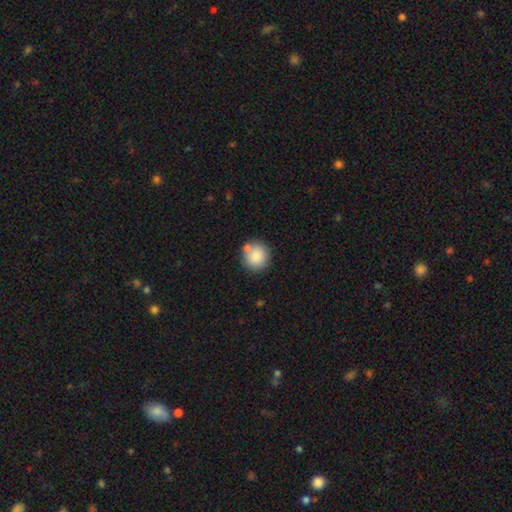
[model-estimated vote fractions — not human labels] Smooth or featured?
  - smooth: 85% *
  - star or artifact: 8%
  - featured or disk: 7%
How rounded?
  - round: 89% *
  - in between: 10%
  - cigar-shaped: 1%
Merging?
  - none: 73% *
  - merger: 13%
  - minor disturbance: 11%
  - major disturbance: 3%